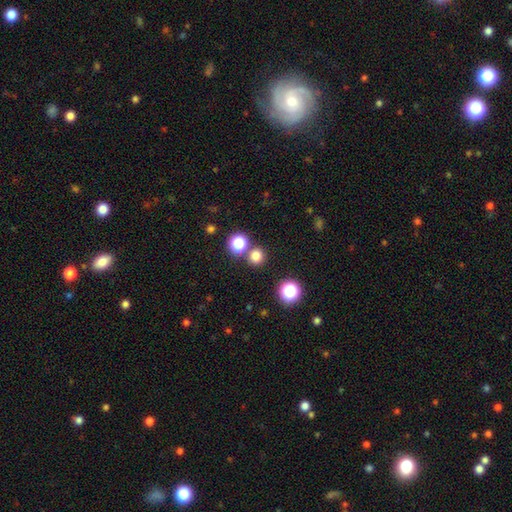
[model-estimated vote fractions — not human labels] A smooth galaxy with no disk features (76%) that is round (92%). Merging: none (78%).